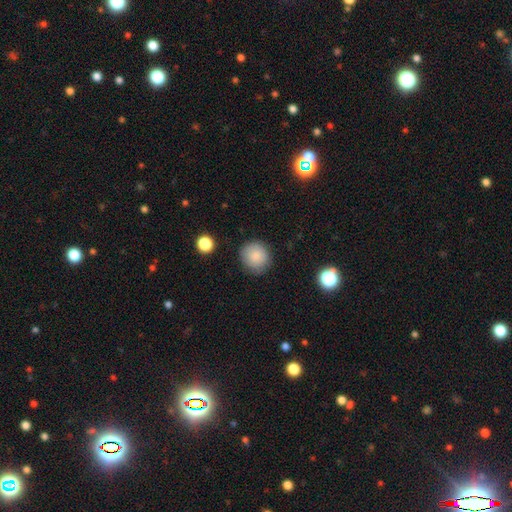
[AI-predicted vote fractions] This is clearly a smooth galaxy (85%). How rounded: clearly round (89%). Merging: clearly none (84%).